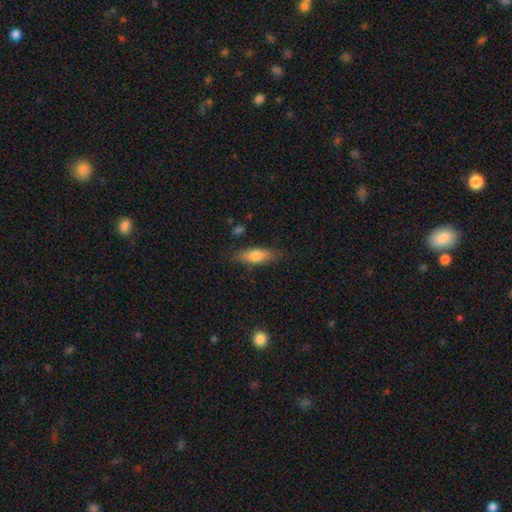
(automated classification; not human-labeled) The model was most divided on "how rounded": in between: 62%, cigar-shaped: 35%, round: 3%. More confident: merging — none (78%); smooth or featured — smooth (73%).